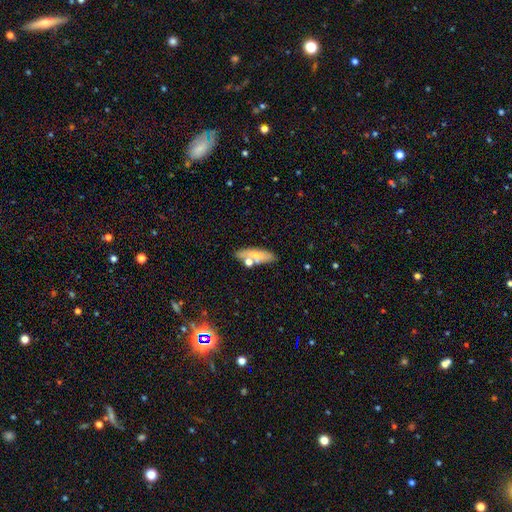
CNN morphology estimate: This appears to be a smooth galaxy with no disk features (66%) that is in between round and cigar-shaped (58%). Merging: none (70%).